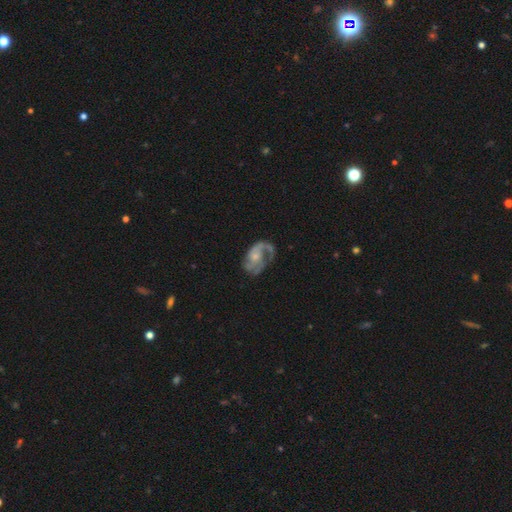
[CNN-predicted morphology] This is clearly a featured or disk galaxy (82%). It is clearly not viewed edge-on (98%). Bar: likely no (68%). Spiral arm pattern: clearly yes (92%). Spiral arm count: possibly 2 (47%). Spiral winding: possibly medium (48%). Central bulge: possibly small (46%). Merging: possibly none (50%).